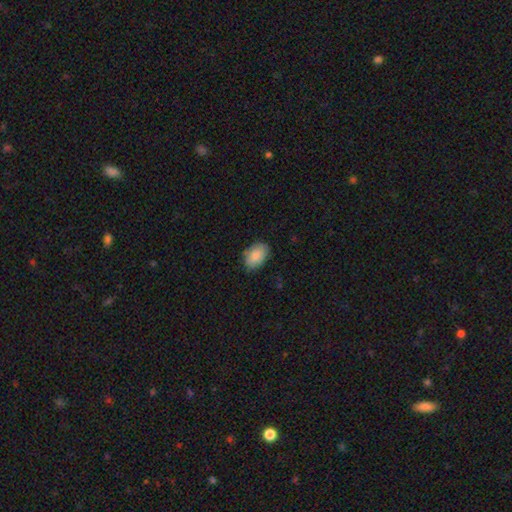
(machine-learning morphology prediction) A smooth galaxy with no disk features (87%) that is in between round and cigar-shaped (89%).

Vote fractions:
- Smooth or featured? smooth: 87% / featured or disk: 7% / star or artifact: 6%
- How rounded? in between: 89% / round: 10% / cigar-shaped: 1%
- Merging? none: 79% / minor disturbance: 17% / major disturbance: 3% / merger: 1%